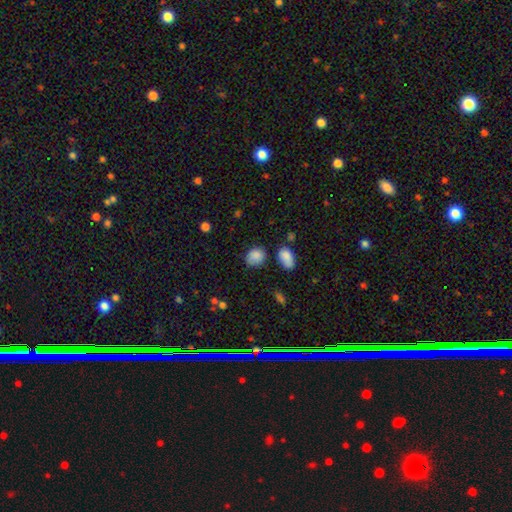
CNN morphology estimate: The model was most divided on "how rounded": round: 50%, in between: 48%, cigar-shaped: 1%. More confident: smooth or featured — smooth (85%); merging — none (66%).